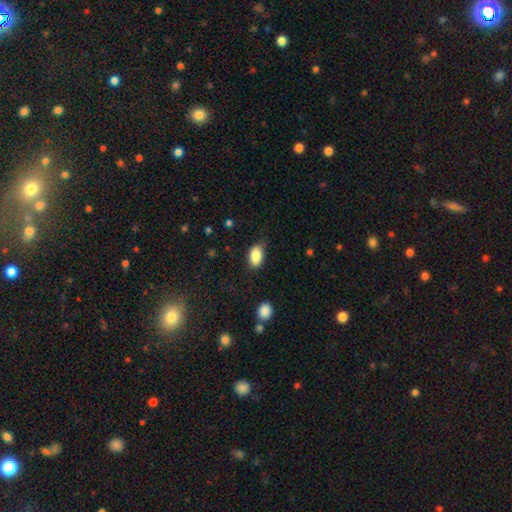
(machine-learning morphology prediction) smooth-or-featured: smooth: 88% | star or artifact: 7% | featured or disk: 5%
  how-rounded: in between: 91% | round: 7% | cigar-shaped: 2%
  merging: none: 74% | minor disturbance: 20% | major disturbance: 4% | merger: 2%